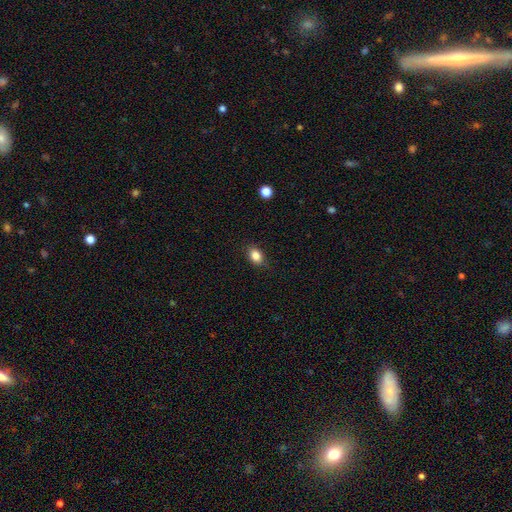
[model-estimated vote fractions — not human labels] A smooth galaxy with no disk features (85%) that is in between round and cigar-shaped (75%).

Vote fractions:
- Smooth or featured? smooth: 85% / star or artifact: 9% / featured or disk: 6%
- How rounded? in between: 75% / round: 24% / cigar-shaped: 1%
- Merging? none: 85% / minor disturbance: 11% / major disturbance: 3% / merger: 1%